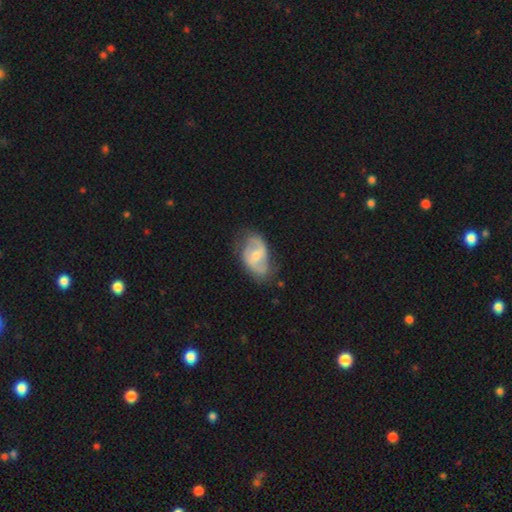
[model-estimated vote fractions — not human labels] Overall: featured or disk (67%; smooth 27%). Edge-on disk: no (96%). Bar: weak (52%; no 28%). Spiral arms: yes (79%). Spiral arm count: 2 (79%). Spiral winding: medium (46%; loose 30%). Bulge size: moderate (51%; small 40%). Merging: none (63%; minor disturbance 26%).